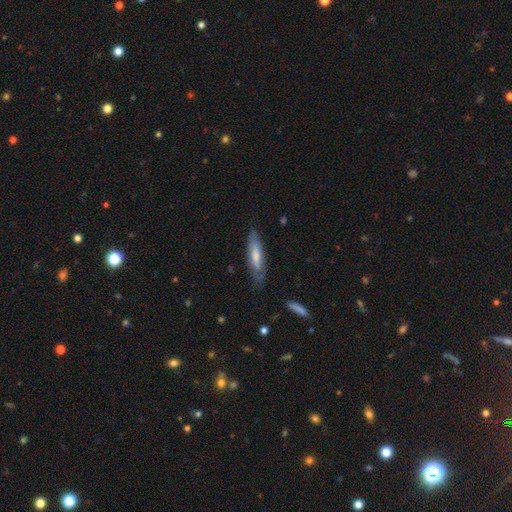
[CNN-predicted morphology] type=smooth (57%); roundness=cigar-shaped (71%); merging=none (75%).